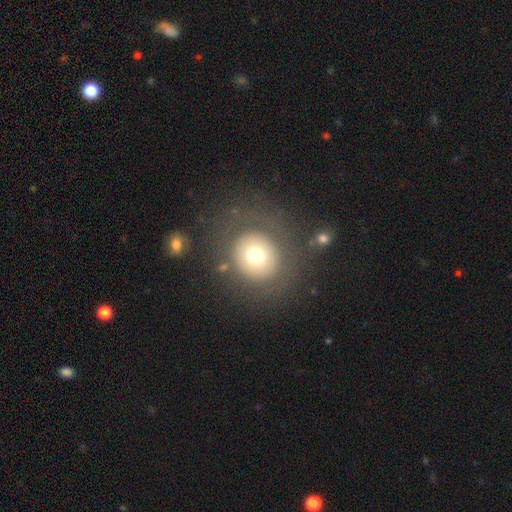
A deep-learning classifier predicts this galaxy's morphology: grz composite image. It shows a smooth galaxy with no disk features (67%) that is round (86%). Merging: none (75%).